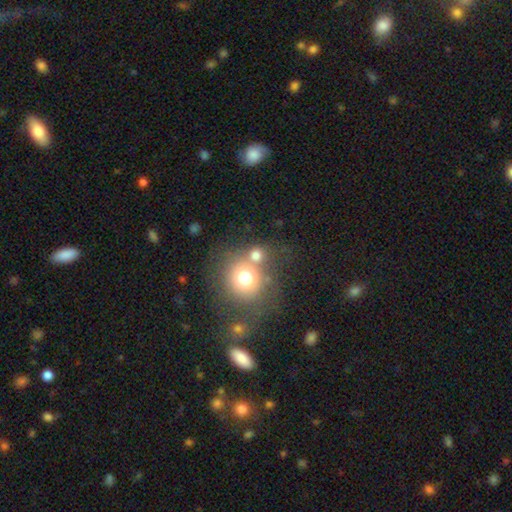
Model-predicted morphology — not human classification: Smooth or featured: smooth — 71% (star or artifact — 15%)
How rounded: round — 87% (in between — 12%)
Merging: none — 49% (merger — 36%)